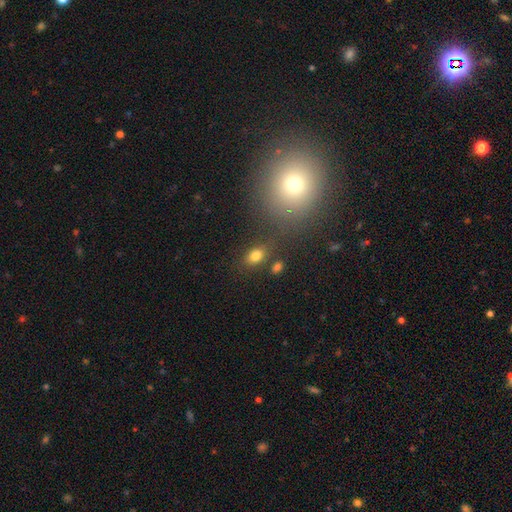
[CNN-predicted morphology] Smooth or featured? smooth (79%)
How rounded? in between (79%)
Merging? none (76%)